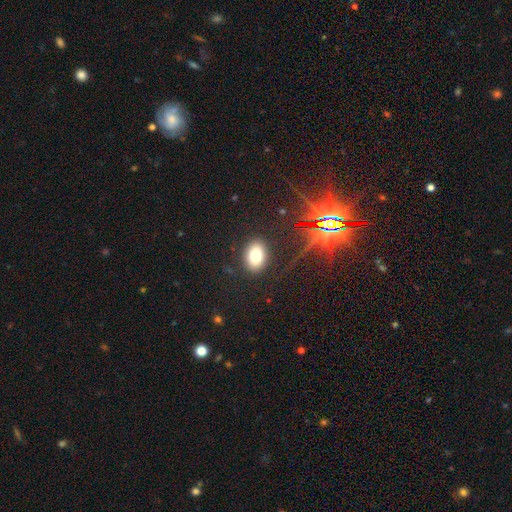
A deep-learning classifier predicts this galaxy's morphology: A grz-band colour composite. It shows a smooth galaxy with no disk features (76%) that is in between round and cigar-shaped (80%). Merging: none (87%).